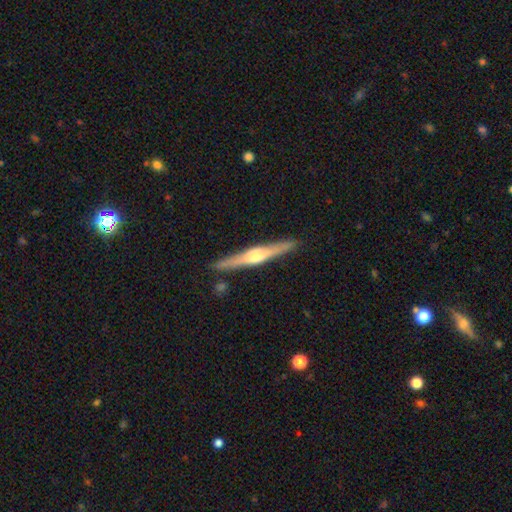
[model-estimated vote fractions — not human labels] Smooth or featured? featured or disk (77%)
Edge-on disk? yes (98%)
Edge-on bulge? rounded (85%)
Merging? none (90%)